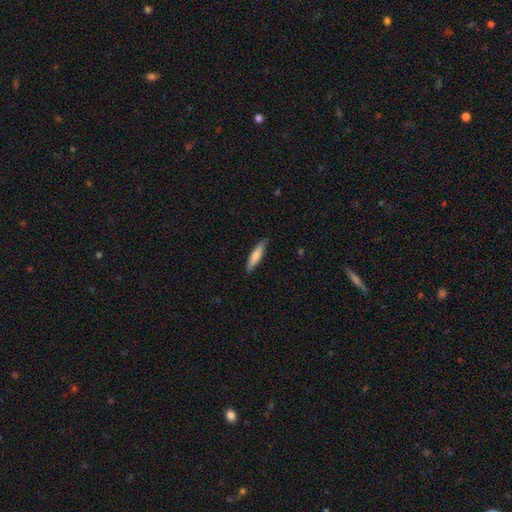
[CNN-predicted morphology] A smooth galaxy with no disk features (76%) that is cigar-shaped (75%).

Vote fractions:
- Smooth or featured? smooth: 76% / featured or disk: 19% / star or artifact: 5%
- How rounded? cigar-shaped: 75% / in between: 24% / round: 1%
- Merging? none: 85% / minor disturbance: 12% / major disturbance: 2% / merger: 1%